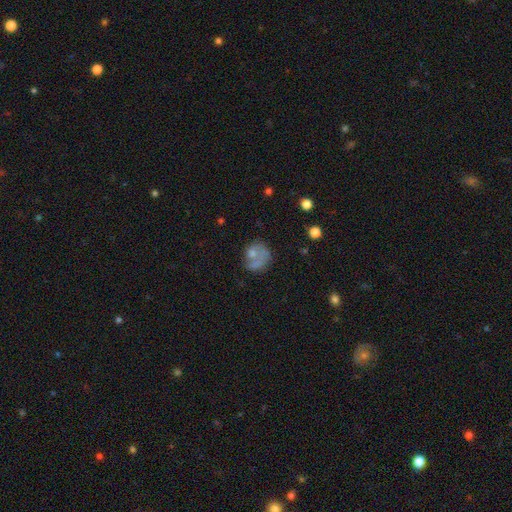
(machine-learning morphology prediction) Smooth or featured? smooth (55%)
How rounded? round (65%)
Merging? none (39%)